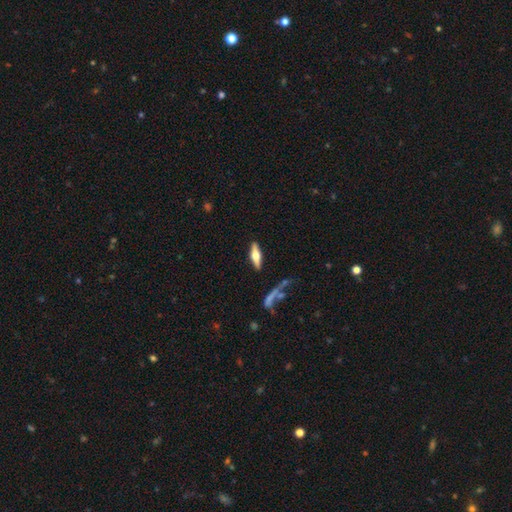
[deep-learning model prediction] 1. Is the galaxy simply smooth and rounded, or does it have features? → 50% featured or disk, 43% smooth, 6% star or artifact.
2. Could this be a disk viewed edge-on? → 92% yes, 8% no.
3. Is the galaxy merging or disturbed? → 84% none, 10% minor disturbance, 3% major disturbance, 3% merger.